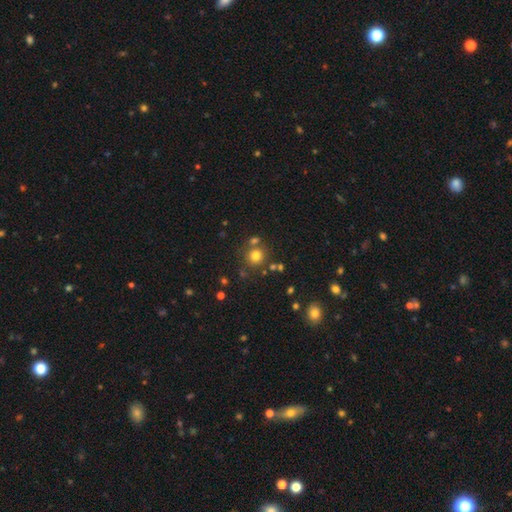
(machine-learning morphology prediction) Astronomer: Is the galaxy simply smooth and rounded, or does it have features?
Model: smooth — 76%.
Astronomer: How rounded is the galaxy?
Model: round — 90%.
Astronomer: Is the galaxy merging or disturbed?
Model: none — 73%.